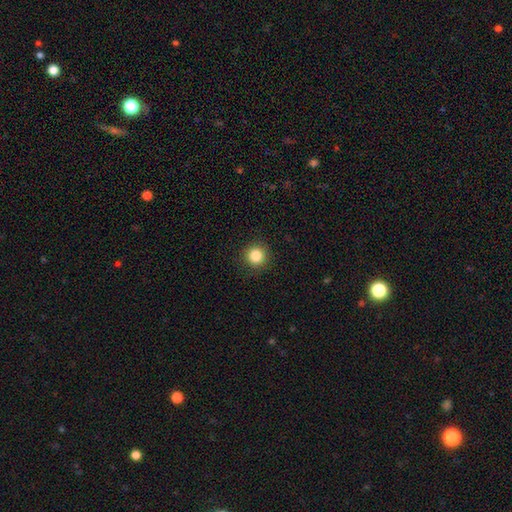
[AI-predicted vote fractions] Smooth or featured?
  - smooth: 85% *
  - star or artifact: 10%
  - featured or disk: 4%
How rounded?
  - round: 95% *
  - in between: 4%
  - cigar-shaped: 1%
Merging?
  - none: 91% *
  - minor disturbance: 6%
  - major disturbance: 2%
  - merger: 1%